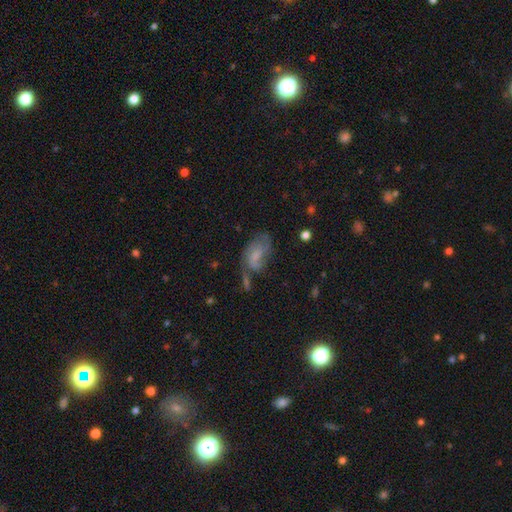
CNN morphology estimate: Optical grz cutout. It shows a featured or disk galaxy (51%). Merging: none (40%).